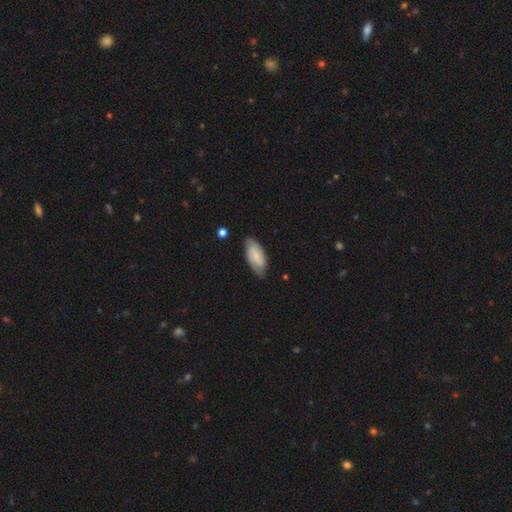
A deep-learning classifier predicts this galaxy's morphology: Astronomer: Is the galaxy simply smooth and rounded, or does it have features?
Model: featured or disk — 53% (runner-up: smooth, 41%).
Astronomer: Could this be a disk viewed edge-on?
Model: no — 92%.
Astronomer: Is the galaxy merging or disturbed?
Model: none — 73%.